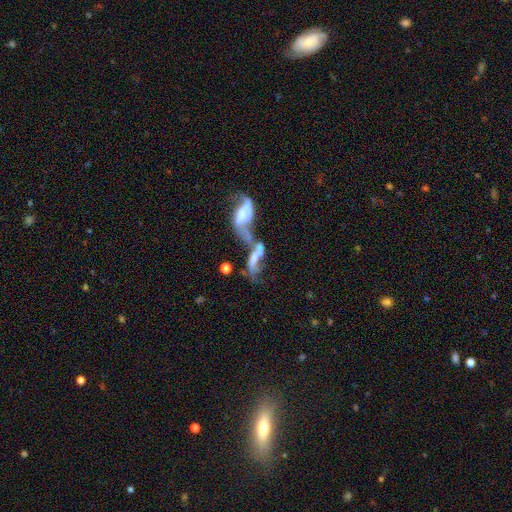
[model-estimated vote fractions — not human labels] Q: Smooth or featured?
A: featured or disk (58%); runner-up: smooth (31%)
Q: Edge-on disk?
A: no (88%); runner-up: yes (12%)
Q: Bar?
A: no (61%); runner-up: weak (23%)
Q: Spiral arms?
A: no (59%); runner-up: yes (41%)
Q: Bulge size?
A: none (46%); runner-up: moderate (22%)
Q: Merging?
A: merger (77%); runner-up: major disturbance (13%)